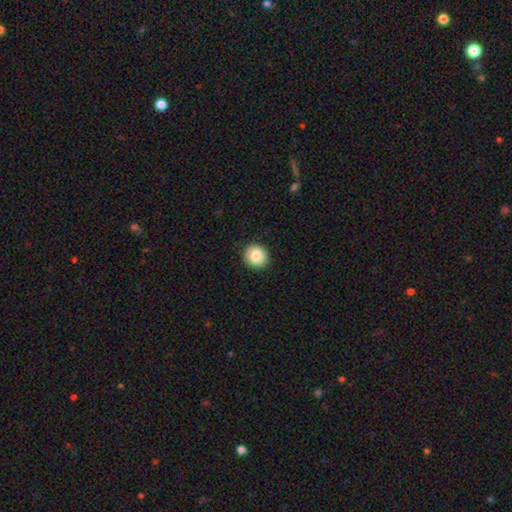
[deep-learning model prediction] Smooth or featured?
  - smooth: 84% *
  - featured or disk: 8%
  - star or artifact: 8%
How rounded?
  - round: 87% *
  - in between: 12%
  - cigar-shaped: 1%
Merging?
  - none: 90% *
  - minor disturbance: 8%
  - major disturbance: 2%
  - merger: 1%